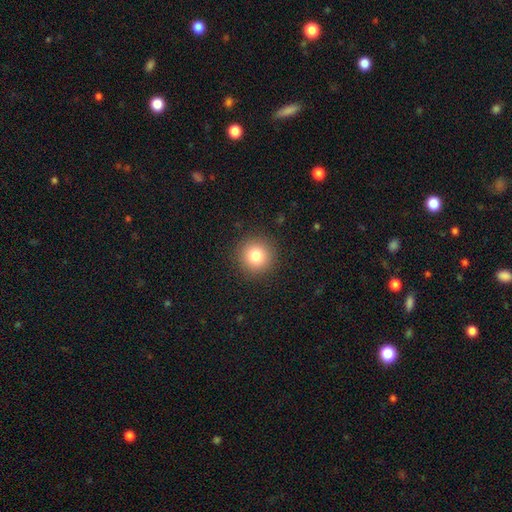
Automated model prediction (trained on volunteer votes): Smooth or featured? smooth (81%)
How rounded? round (95%)
Merging? none (91%)